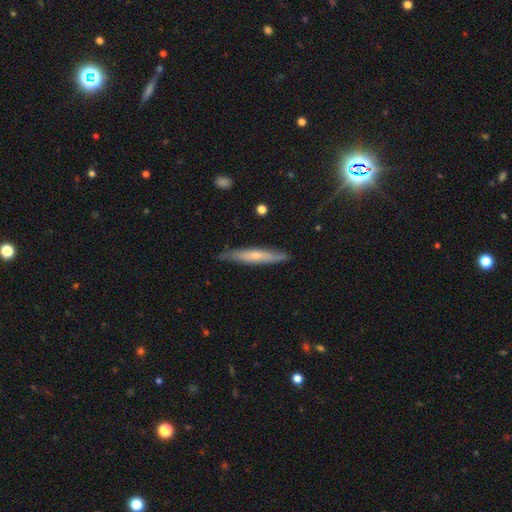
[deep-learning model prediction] Morphology: type=smooth (49%); merging=none (81%).